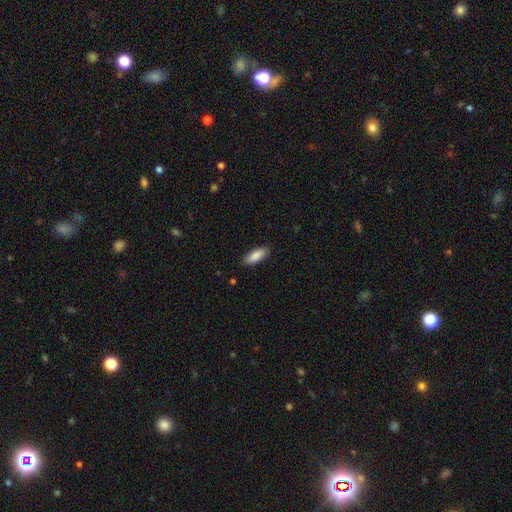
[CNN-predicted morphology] A smooth galaxy with no disk features (87%) that is in between round and cigar-shaped (76%).

Vote fractions:
- Smooth or featured? smooth: 87% / featured or disk: 7% / star or artifact: 6%
- How rounded? in between: 76% / cigar-shaped: 22% / round: 2%
- Merging? none: 86% / minor disturbance: 10% / major disturbance: 2% / merger: 1%